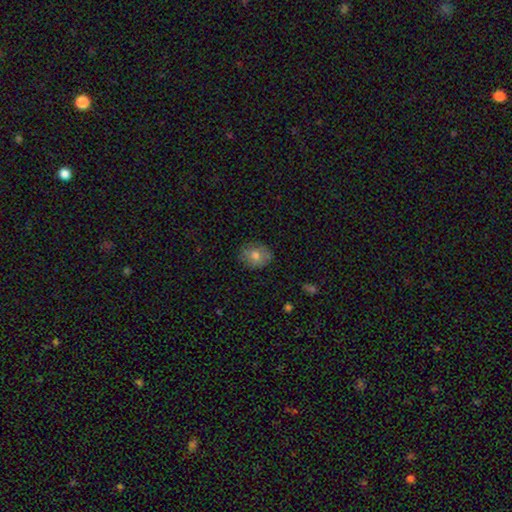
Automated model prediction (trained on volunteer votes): Smooth or featured: smooth — 75% (featured or disk — 16%)
How rounded: round — 65% (in between — 34%)
Merging: none — 80% (minor disturbance — 15%)